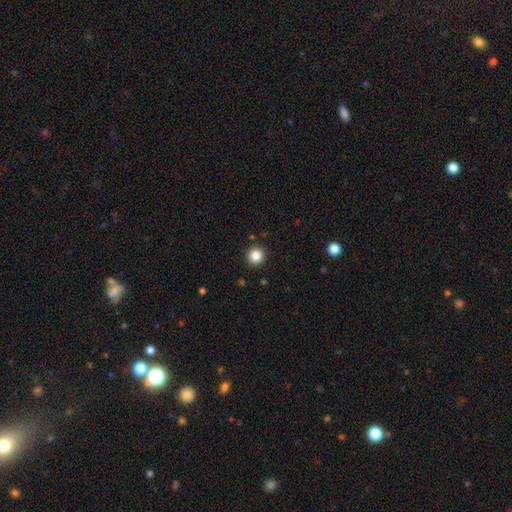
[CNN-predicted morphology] Smooth or featured? Predicted: smooth (p=0.85). How rounded? Predicted: round (p=0.93). Merging? Predicted: none (p=0.91).